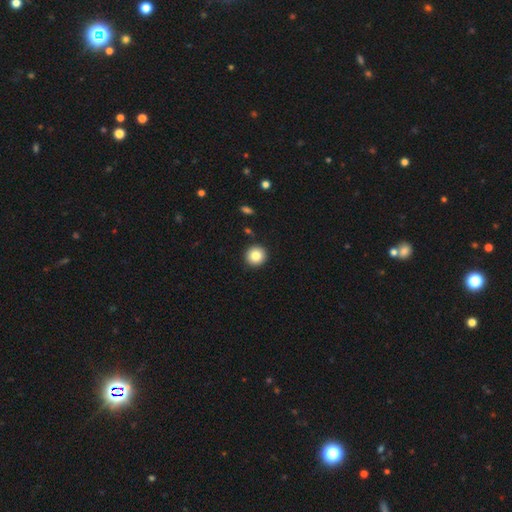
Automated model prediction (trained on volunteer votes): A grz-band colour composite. It shows a smooth galaxy with no disk features (84%) that is round (94%). Merging: none (92%).